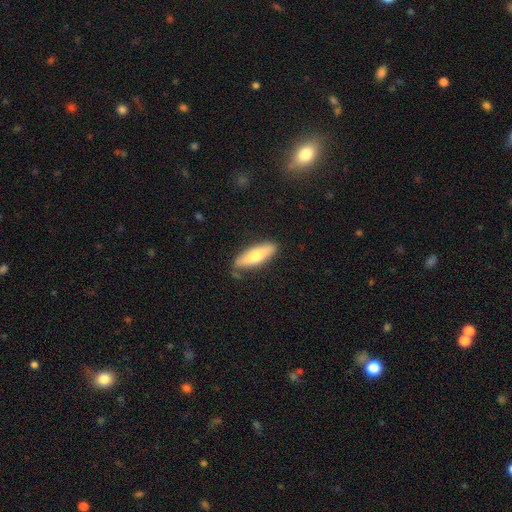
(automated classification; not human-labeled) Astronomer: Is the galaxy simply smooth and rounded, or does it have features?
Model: smooth — 65%.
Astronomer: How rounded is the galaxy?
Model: cigar-shaped — 55% (runner-up: in between, 43%).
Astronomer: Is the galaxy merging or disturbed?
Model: none — 81%.